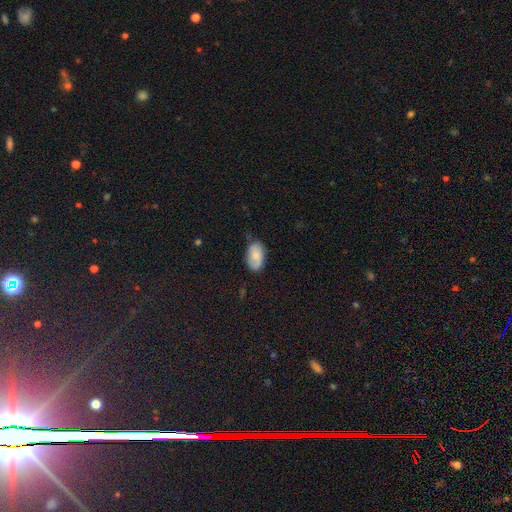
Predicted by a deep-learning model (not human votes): smooth_or_featured: smooth (p=0.77) [alt: featured or disk p=0.17]
how_rounded: in between (p=0.92) [alt: round p=0.06]
merging: none (p=0.66) [alt: minor disturbance p=0.27]